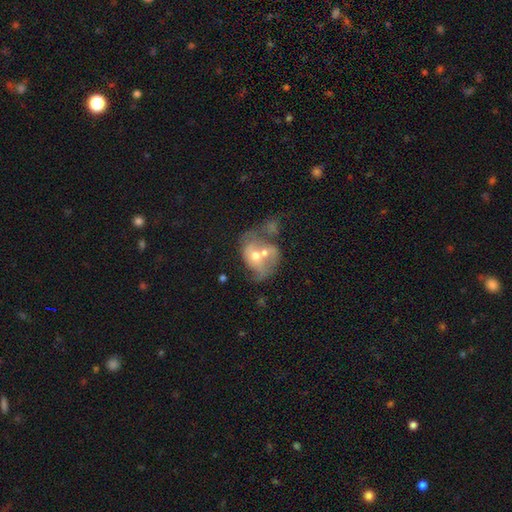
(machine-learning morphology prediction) A featured or disk galaxy (58%) with no bar (75%), no spiral arms (51%) and a moderate central bulge (63%).

Vote fractions:
- Smooth or featured? featured or disk: 58% / smooth: 33% / star or artifact: 9%
- Edge-on disk? no: 96% / yes: 4%
- Bar? no: 75% / weak: 20% / strong: 6%
- Spiral arms? no: 51% / yes: 49%
- Bulge size? moderate: 63% / small: 28% / large: 5% / none: 3% / dominant: 1%
- Merging? merger: 64% / none: 15% / major disturbance: 12% / minor disturbance: 9%